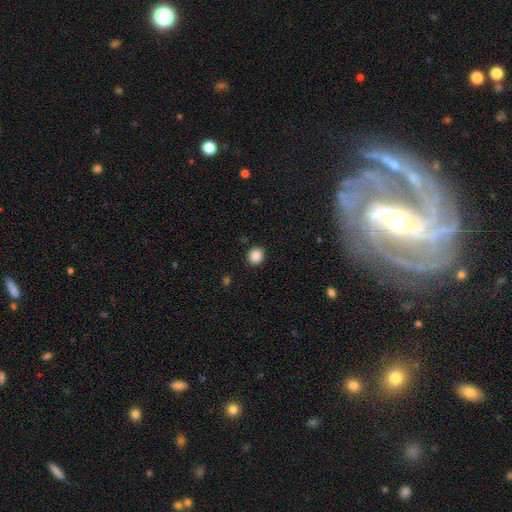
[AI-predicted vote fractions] Smooth or featured?
  - smooth: 87% *
  - star or artifact: 9%
  - featured or disk: 3%
How rounded?
  - round: 77% *
  - in between: 22%
  - cigar-shaped: 1%
Merging?
  - none: 89% *
  - minor disturbance: 7%
  - major disturbance: 2%
  - merger: 1%